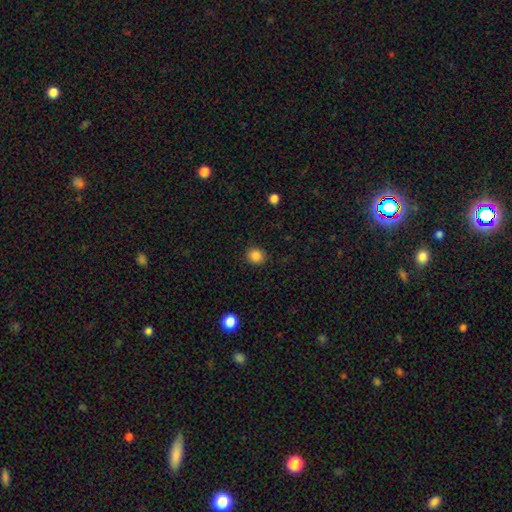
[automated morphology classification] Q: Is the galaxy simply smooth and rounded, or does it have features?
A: smooth — 86%.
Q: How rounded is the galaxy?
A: round — 76%.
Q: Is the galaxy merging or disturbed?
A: none — 89%.